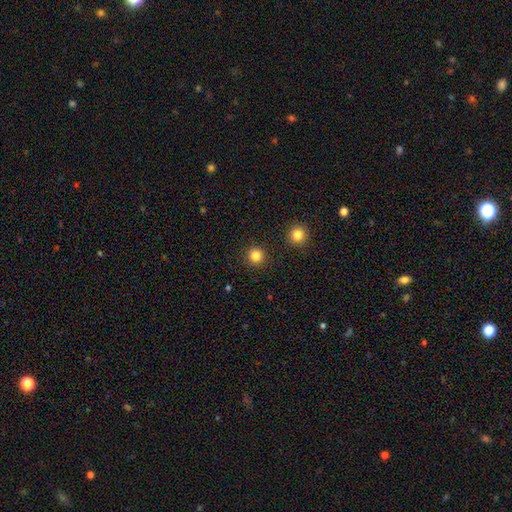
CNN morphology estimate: The model was most divided on "smooth or featured": smooth: 84%, star or artifact: 12%, featured or disk: 4%. More confident: how rounded — round (94%); merging — none (91%).